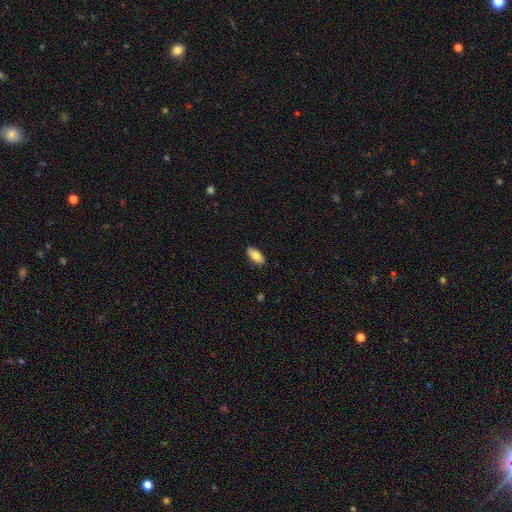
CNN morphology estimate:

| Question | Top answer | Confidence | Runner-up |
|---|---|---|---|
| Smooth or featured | smooth | 77% | featured or disk (17%) |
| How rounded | in between | 89% | cigar-shaped (9%) |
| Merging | none | 88% | minor disturbance (10%) |